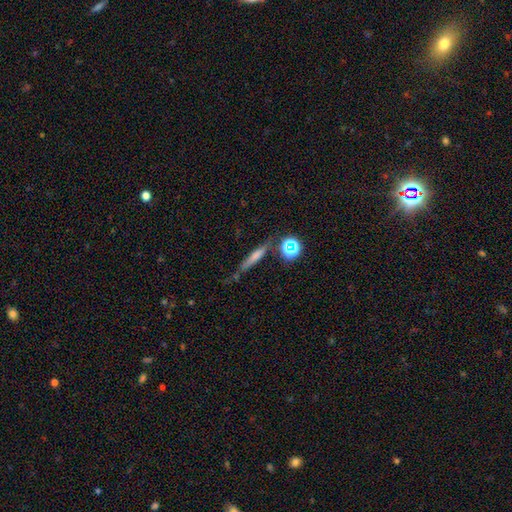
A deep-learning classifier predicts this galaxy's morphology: This is possibly a smooth galaxy (59%). How rounded: clearly cigar-shaped (83%). Merging: likely none (66%).